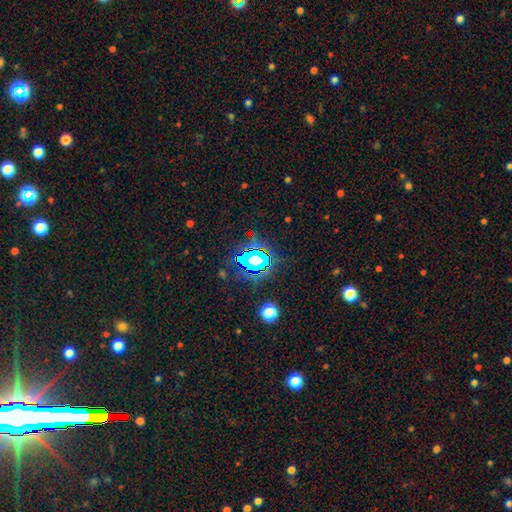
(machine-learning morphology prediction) smooth_or_featured: star or artifact (p=0.67) [alt: smooth p=0.21]